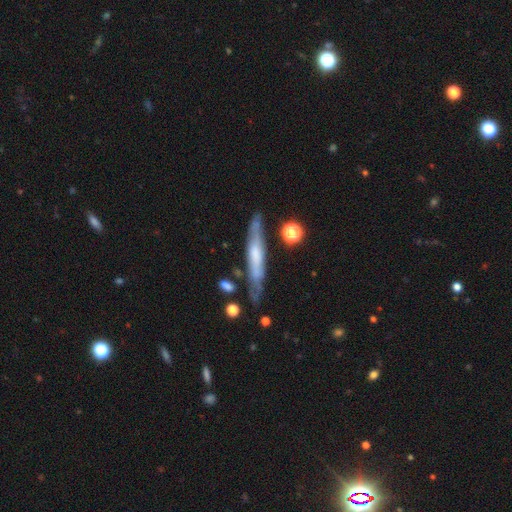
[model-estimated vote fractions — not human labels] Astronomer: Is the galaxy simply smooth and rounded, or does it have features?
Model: featured or disk — 60%.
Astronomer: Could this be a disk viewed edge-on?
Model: yes — 79%.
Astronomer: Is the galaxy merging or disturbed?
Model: none — 71%.